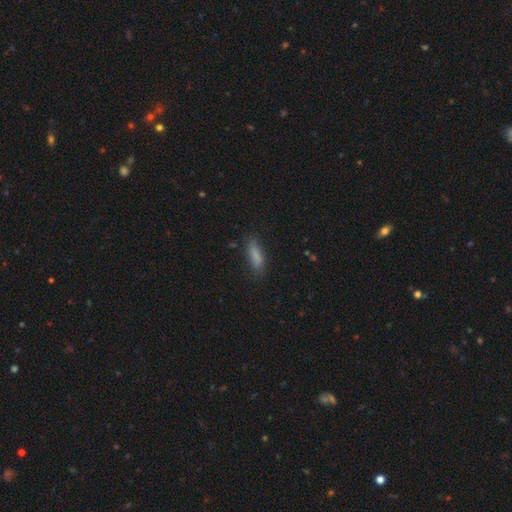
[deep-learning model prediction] Smooth or featured?
  - smooth: 84% *
  - featured or disk: 8%
  - star or artifact: 8%
How rounded?
  - in between: 54% *
  - cigar-shaped: 44%
  - round: 2%
Merging?
  - none: 77% *
  - minor disturbance: 17%
  - major disturbance: 4%
  - merger: 2%